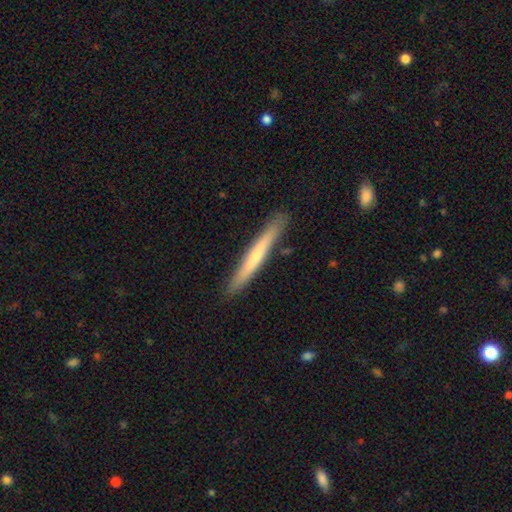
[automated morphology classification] This is possibly a featured or disk galaxy (49%). Merging: clearly none (89%).